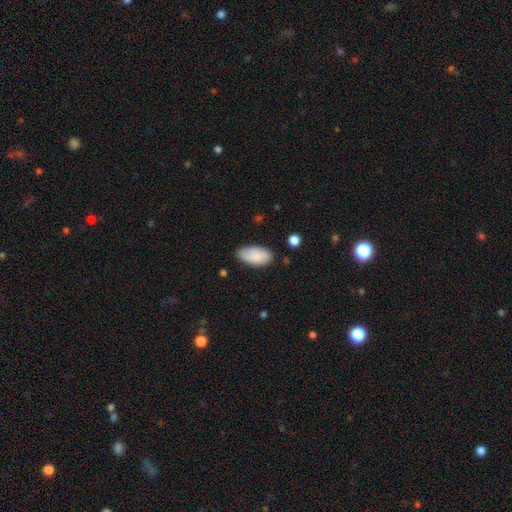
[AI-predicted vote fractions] Smooth or featured?
  - smooth: 82% *
  - featured or disk: 11%
  - star or artifact: 7%
How rounded?
  - in between: 93% *
  - cigar-shaped: 4%
  - round: 2%
Merging?
  - none: 71% *
  - minor disturbance: 22%
  - major disturbance: 4%
  - merger: 2%